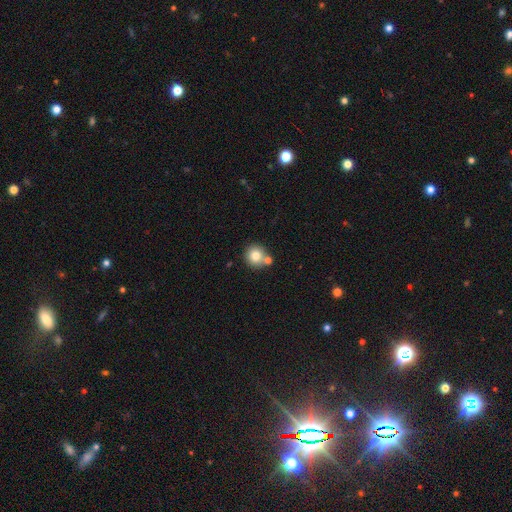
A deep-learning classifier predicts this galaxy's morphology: smooth 79%, featured or disk 11%, star or artifact 10%. Down the decision tree: how rounded — round (91%); merging — none (65%).